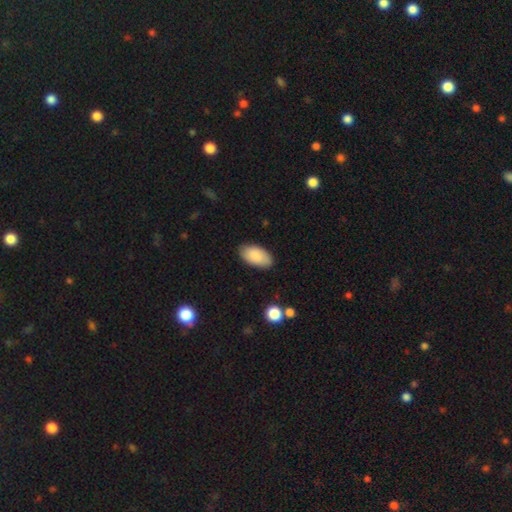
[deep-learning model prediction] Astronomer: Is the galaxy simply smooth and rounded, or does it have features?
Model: smooth — 88%.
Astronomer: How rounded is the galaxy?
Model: in between — 95%.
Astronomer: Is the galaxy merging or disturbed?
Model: none — 85%.